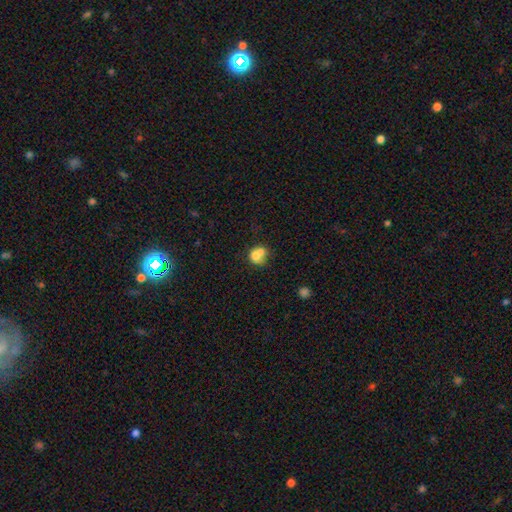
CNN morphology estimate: type=smooth (70%); roundness=round (72%); merging=merger (58%).